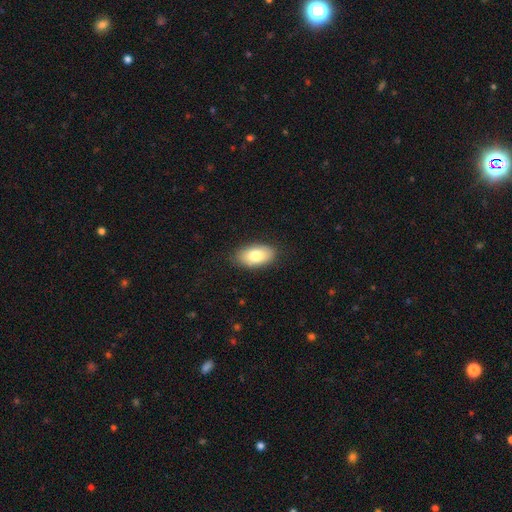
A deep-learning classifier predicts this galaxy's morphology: The model was most divided on "smooth or featured": smooth: 80%, featured or disk: 14%, star or artifact: 7%. More confident: how rounded — in between (93%); merging — none (85%).